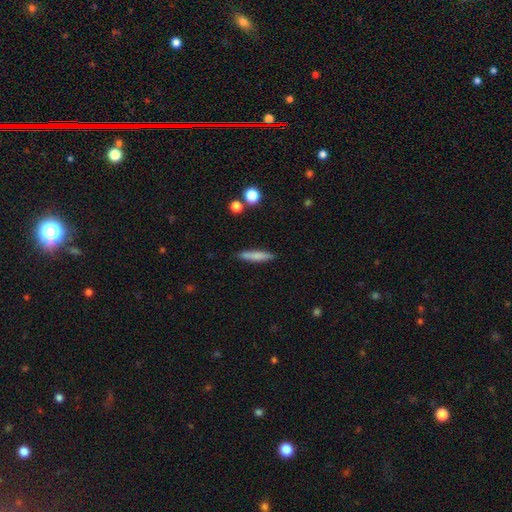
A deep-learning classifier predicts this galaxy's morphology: Overall: smooth (75%). How rounded: cigar-shaped (87%). Merging: none (82%).